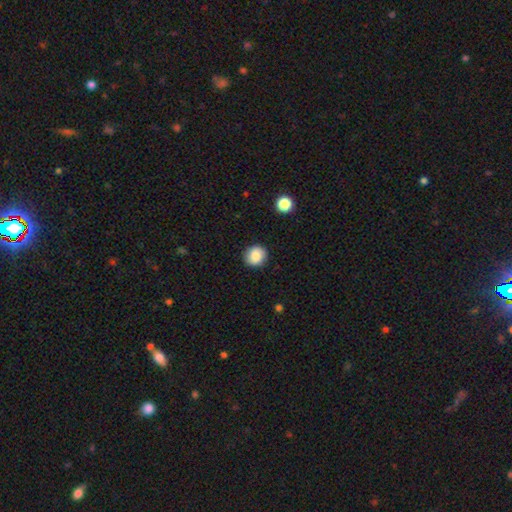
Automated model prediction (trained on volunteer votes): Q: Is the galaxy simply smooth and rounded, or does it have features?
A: smooth — 85%.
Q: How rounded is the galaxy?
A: round — 86%.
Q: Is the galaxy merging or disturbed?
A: none — 88%.